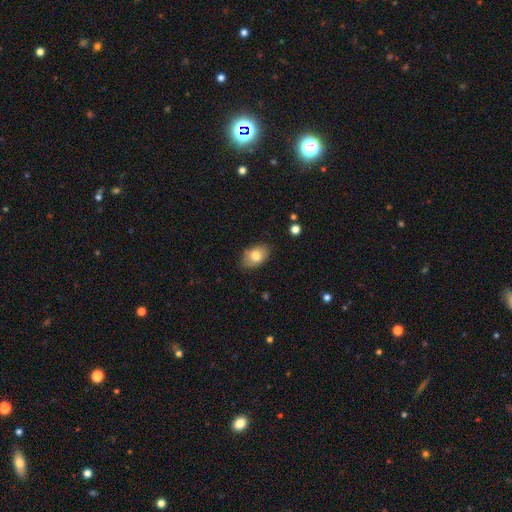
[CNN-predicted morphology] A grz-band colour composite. It shows a smooth galaxy with no disk features (80%) that is in between round and cigar-shaped (85%). Merging: none (81%).